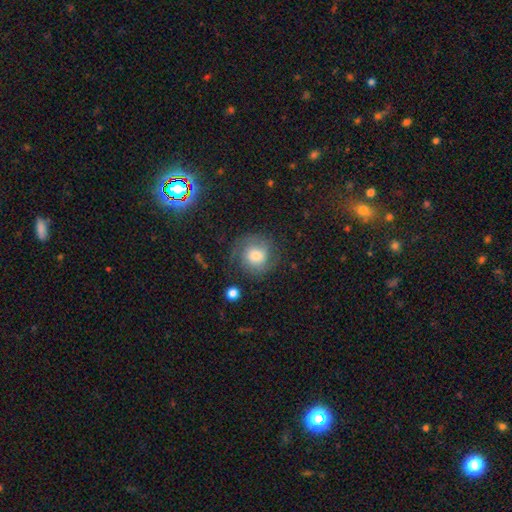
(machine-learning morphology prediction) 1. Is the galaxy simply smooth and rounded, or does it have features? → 50% featured or disk, 40% smooth, 10% star or artifact.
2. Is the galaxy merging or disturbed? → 69% none, 17% minor disturbance, 12% major disturbance, 2% merger.